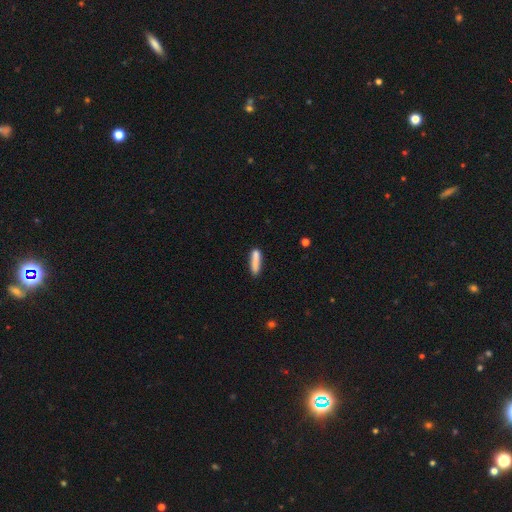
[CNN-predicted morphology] Smooth or featured? smooth (81%)
How rounded? cigar-shaped (84%)
Merging? none (73%)